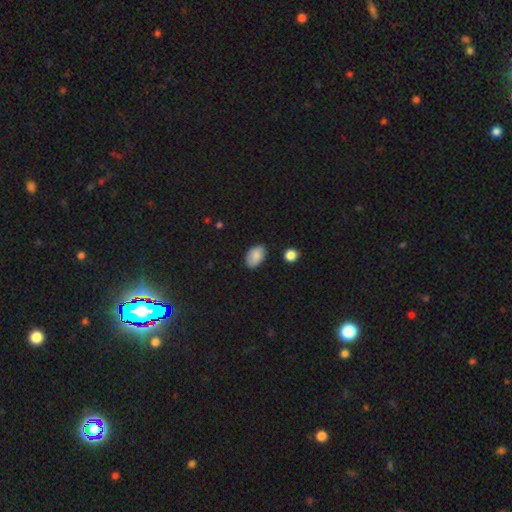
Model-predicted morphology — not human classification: smooth 86%, star or artifact 8%, featured or disk 7%. Down the decision tree: how rounded — in between (91%); merging — none (80%).